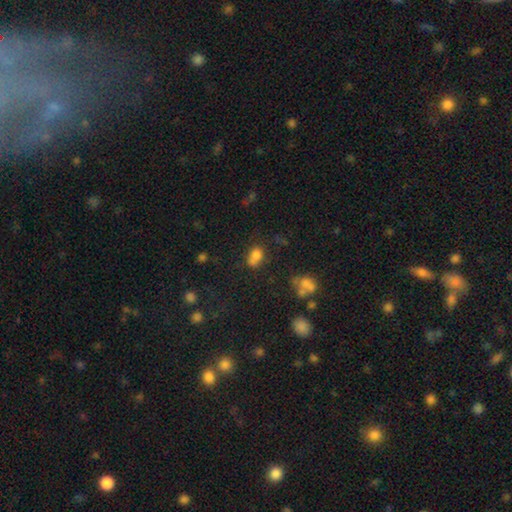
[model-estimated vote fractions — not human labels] A smooth galaxy with no disk features (76%) that is in between round and cigar-shaped (73%).

Vote fractions:
- Smooth or featured? smooth: 76% / star or artifact: 14% / featured or disk: 10%
- How rounded? in between: 73% / round: 25% / cigar-shaped: 2%
- Merging? none: 47% / merger: 23% / minor disturbance: 21% / major disturbance: 9%